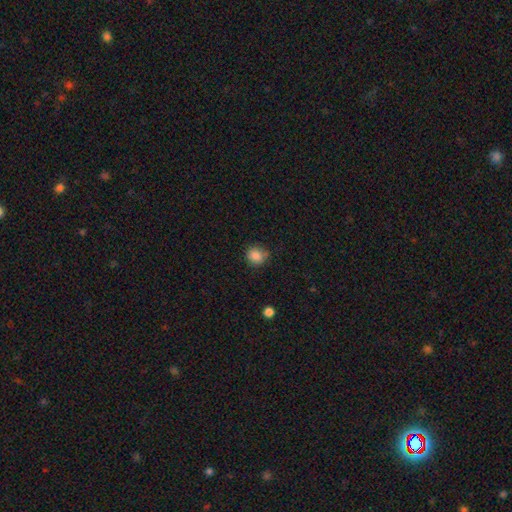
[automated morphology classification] type=smooth (86%); roundness=round (81%); merging=none (73%).